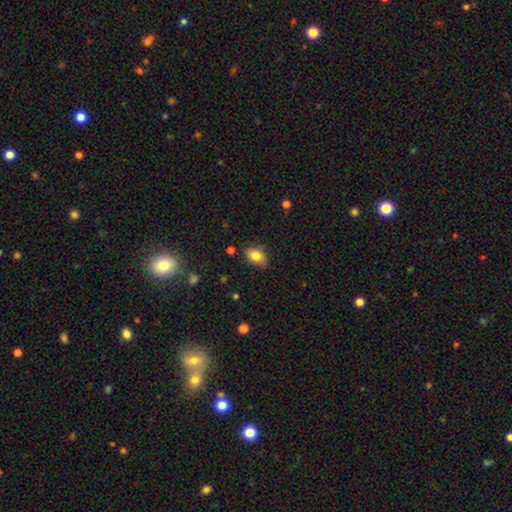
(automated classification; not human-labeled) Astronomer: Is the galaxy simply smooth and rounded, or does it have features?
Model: smooth — 81%.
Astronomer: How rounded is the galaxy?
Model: in between — 80%.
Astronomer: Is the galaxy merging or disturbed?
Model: none — 68%.